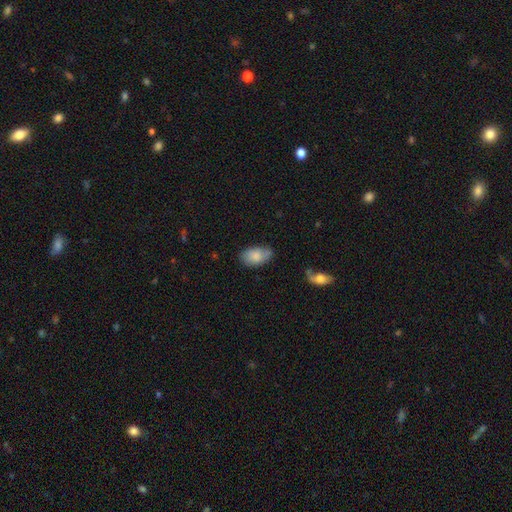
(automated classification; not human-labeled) A smooth galaxy with no disk features (79%) that is in between round and cigar-shaped (93%).

Vote fractions:
- Smooth or featured? smooth: 79% / featured or disk: 14% / star or artifact: 7%
- How rounded? in between: 93% / round: 5% / cigar-shaped: 2%
- Merging? none: 65% / minor disturbance: 27% / major disturbance: 6% / merger: 3%